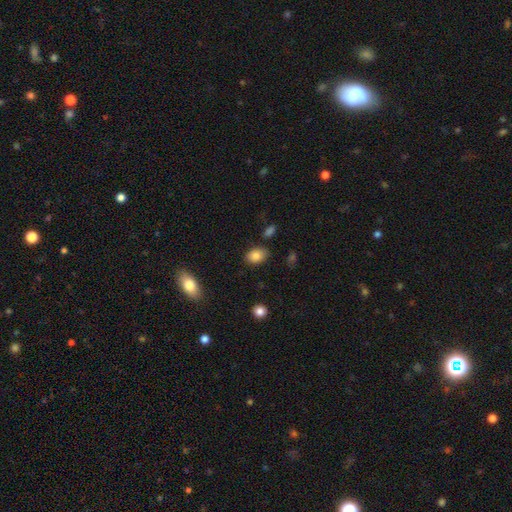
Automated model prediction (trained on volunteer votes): smooth_or_featured: smooth (p=0.85) [alt: star or artifact p=0.08]
how_rounded: in between (p=0.80) [alt: round p=0.18]
merging: none (p=0.80) [alt: minor disturbance p=0.14]